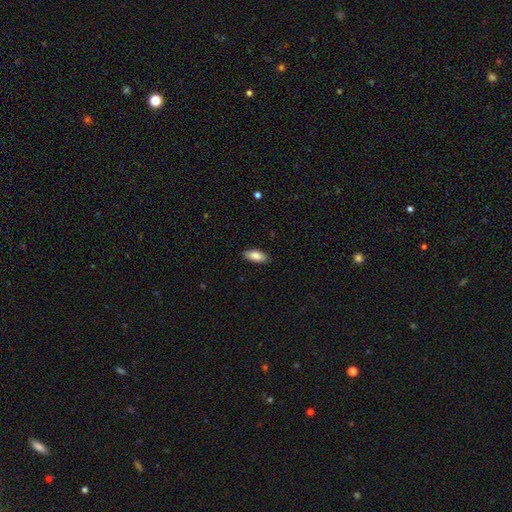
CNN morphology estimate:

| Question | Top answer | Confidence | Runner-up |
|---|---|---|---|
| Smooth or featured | smooth | 87% | featured or disk (7%) |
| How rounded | in between | 84% | cigar-shaped (14%) |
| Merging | none | 89% | minor disturbance (8%) |